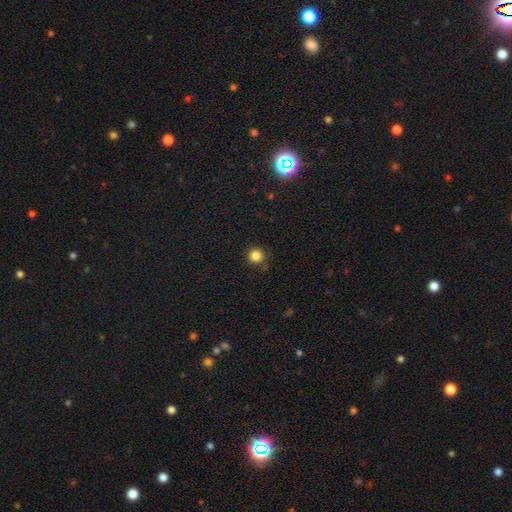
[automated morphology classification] A smooth galaxy with no disk features (85%) that is round (95%).

Vote fractions:
- Smooth or featured? smooth: 85% / star or artifact: 12% / featured or disk: 4%
- How rounded? round: 95% / in between: 4% / cigar-shaped: 1%
- Merging? none: 87% / minor disturbance: 9% / major disturbance: 2% / merger: 2%